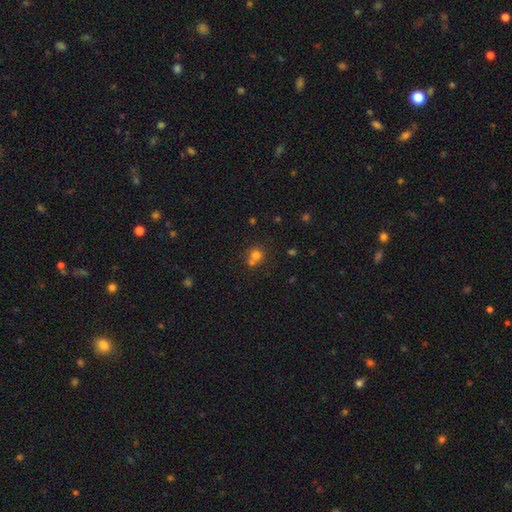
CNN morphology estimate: type=smooth (74%); roundness=round (85%); merging=none (47%).